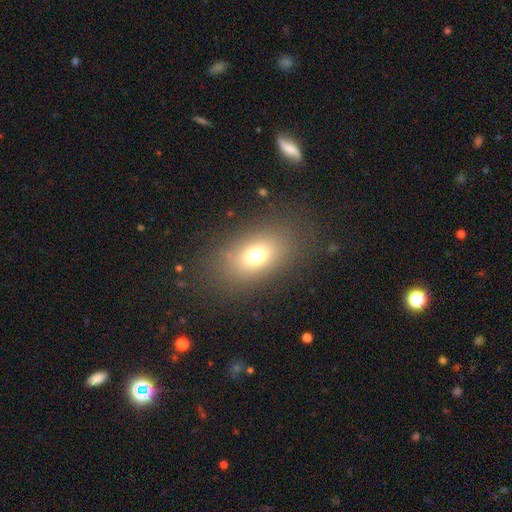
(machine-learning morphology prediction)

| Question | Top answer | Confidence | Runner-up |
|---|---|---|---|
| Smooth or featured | smooth | 71% | star or artifact (15%) |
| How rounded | in between | 77% | round (21%) |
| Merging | none | 81% | minor disturbance (11%) |